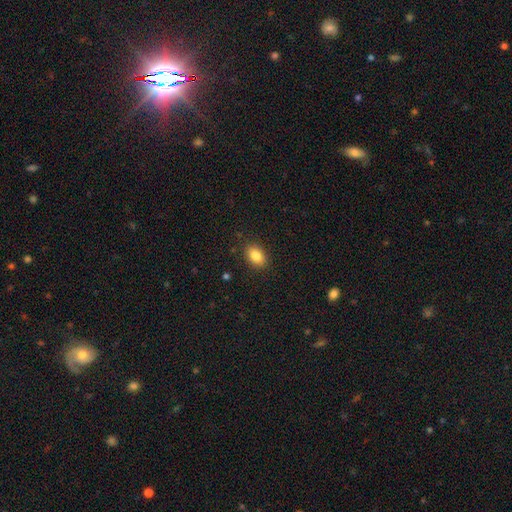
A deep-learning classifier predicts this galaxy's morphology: smooth_or_featured: smooth (p=0.85) [alt: star or artifact p=0.09]
how_rounded: in between (p=0.83) [alt: round p=0.15]
merging: none (p=0.88) [alt: minor disturbance p=0.09]